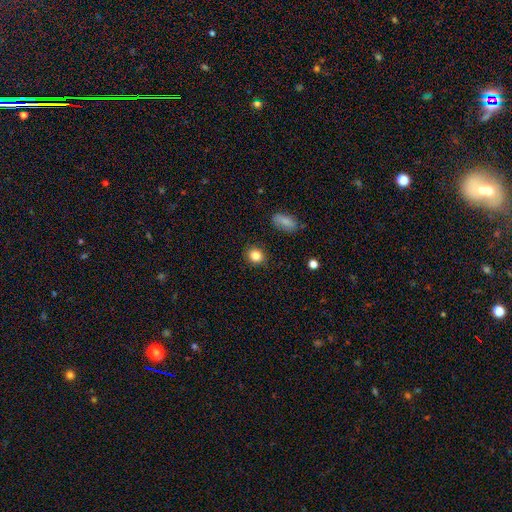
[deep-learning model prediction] smooth-or-featured: smooth: 85% | star or artifact: 10% | featured or disk: 5%
  how-rounded: round: 74% | in between: 25% | cigar-shaped: 1%
  merging: none: 88% | minor disturbance: 8% | major disturbance: 2% | merger: 1%